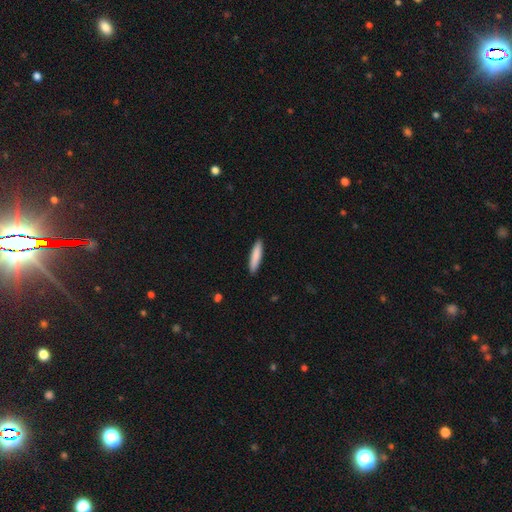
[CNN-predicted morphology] This appears to be a smooth galaxy with no disk features (86%) that is cigar-shaped (85%). Merging: none (91%).